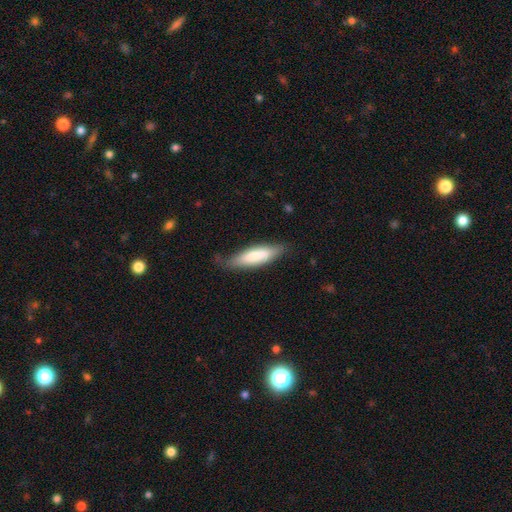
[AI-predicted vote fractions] This is likely a smooth galaxy (74%). How rounded: possibly cigar-shaped (57%). Merging: likely none (72%).